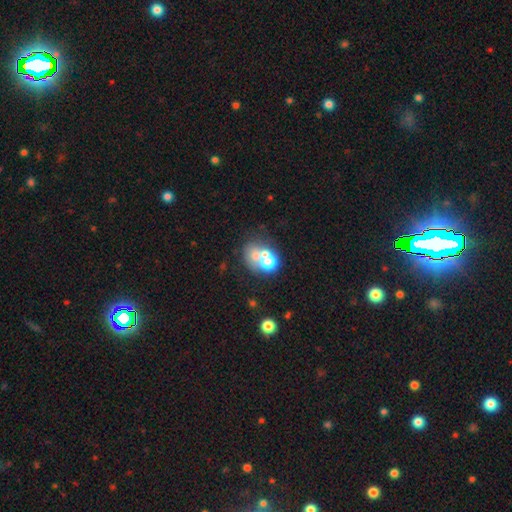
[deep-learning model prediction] Smooth or featured?
  - smooth: 51% *
  - featured or disk: 32%
  - star or artifact: 17%
How rounded?
  - round: 61% *
  - in between: 38%
  - cigar-shaped: 1%
Merging?
  - merger: 51% *
  - none: 33%
  - minor disturbance: 9%
  - major disturbance: 7%